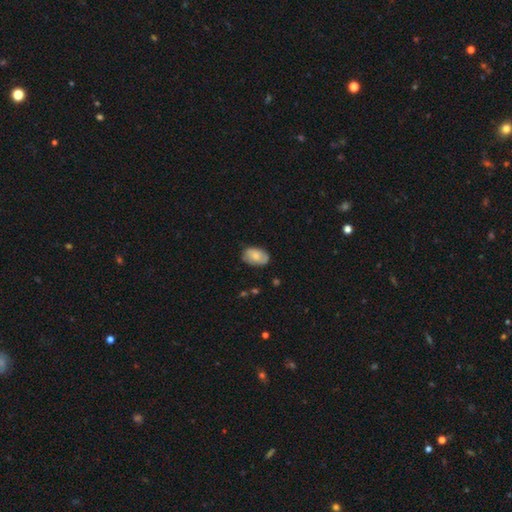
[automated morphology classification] Smooth or featured? Predicted: smooth (p=0.70). How rounded? Predicted: in between (p=0.89). Merging? Predicted: none (p=0.74).